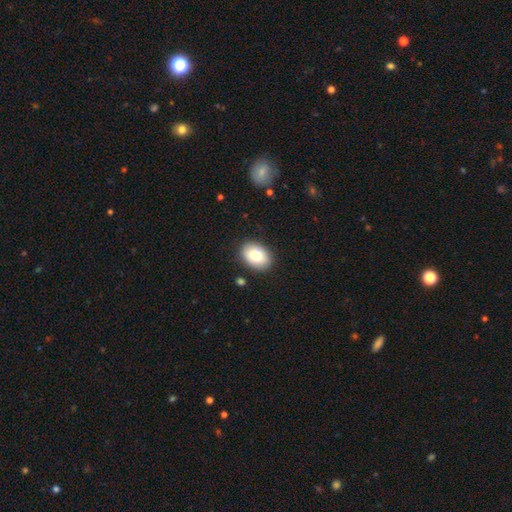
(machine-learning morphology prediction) Q: Smooth or featured?
A: smooth (81%); runner-up: featured or disk (12%)
Q: How rounded?
A: in between (79%); runner-up: round (20%)
Q: Merging?
A: none (87%); runner-up: minor disturbance (9%)